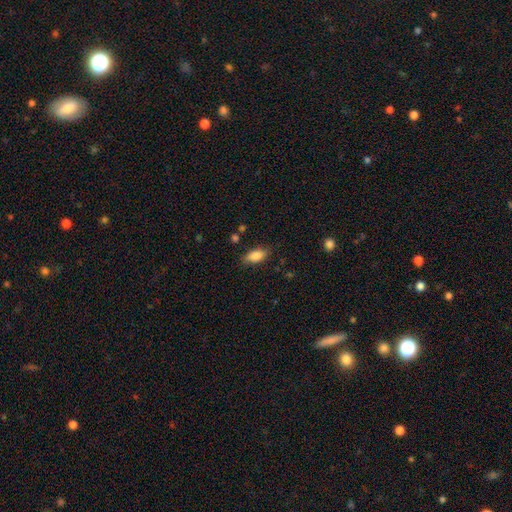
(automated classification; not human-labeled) Smooth or featured? Predicted: smooth (p=0.86). How rounded? Predicted: in between (p=0.88). Merging? Predicted: none (p=0.81).